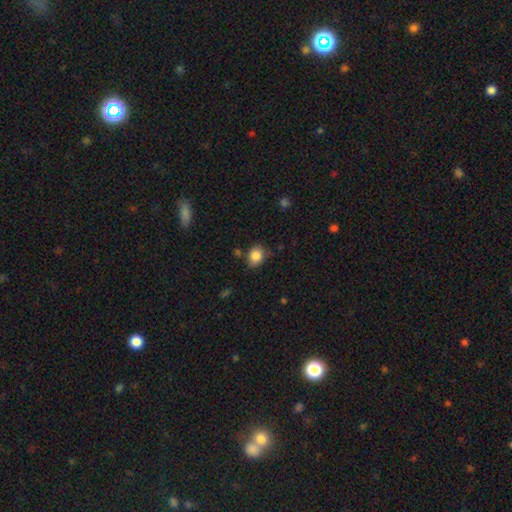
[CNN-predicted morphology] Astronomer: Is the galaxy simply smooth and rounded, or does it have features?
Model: smooth — 85%.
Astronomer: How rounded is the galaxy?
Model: round — 51% (runner-up: in between, 48%).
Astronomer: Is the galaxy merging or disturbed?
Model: none — 72%.